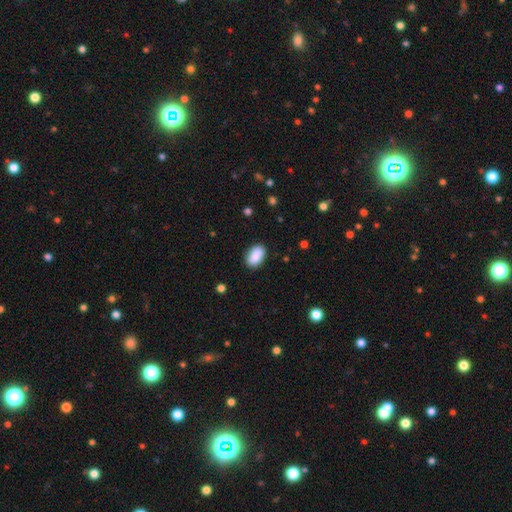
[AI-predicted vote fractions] Smooth or featured? Predicted: smooth (p=0.89). How rounded? Predicted: in between (p=0.92). Merging? Predicted: none (p=0.86).